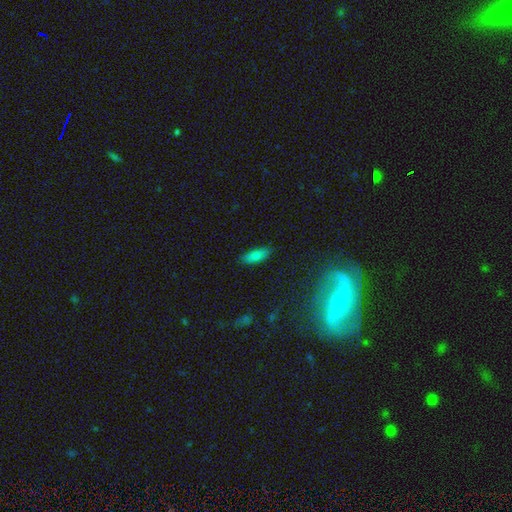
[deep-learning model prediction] Q: Smooth or featured?
A: smooth (81%); runner-up: star or artifact (10%)
Q: How rounded?
A: in between (76%); runner-up: cigar-shaped (22%)
Q: Merging?
A: none (85%); runner-up: minor disturbance (11%)